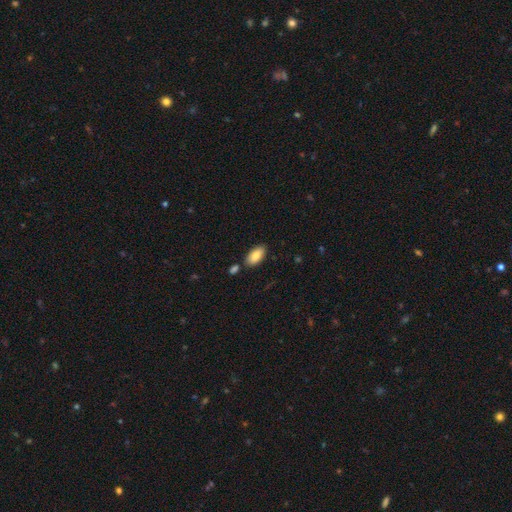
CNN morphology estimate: Smooth or featured: smooth — 85% (featured or disk — 9%)
How rounded: in between — 93% (cigar-shaped — 5%)
Merging: none — 80% (minor disturbance — 11%)